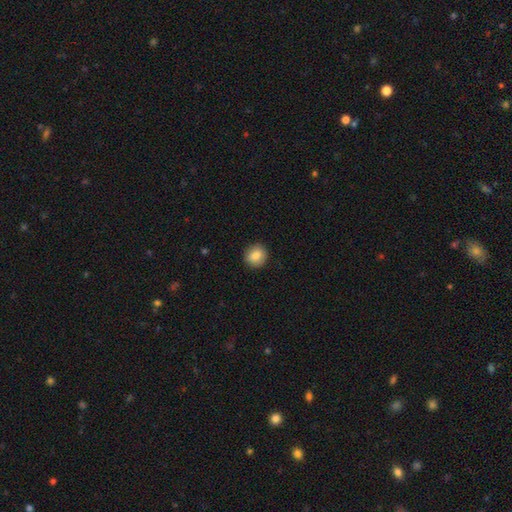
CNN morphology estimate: Smooth or featured: smooth — 86% (star or artifact — 8%)
How rounded: round — 87% (in between — 12%)
Merging: none — 91% (minor disturbance — 6%)